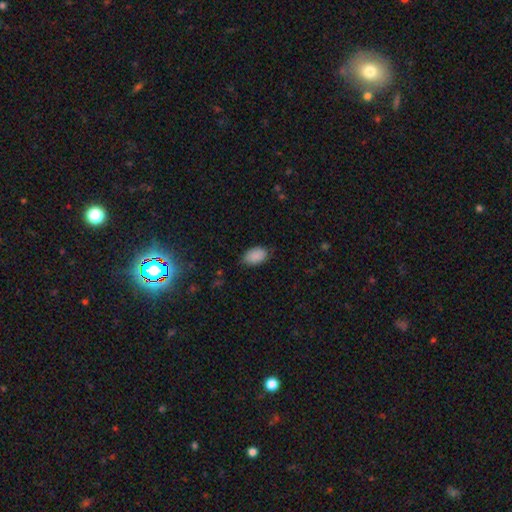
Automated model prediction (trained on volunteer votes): Smooth or featured?
  - smooth: 89% *
  - star or artifact: 7%
  - featured or disk: 4%
How rounded?
  - in between: 92% *
  - round: 6%
  - cigar-shaped: 1%
Merging?
  - none: 77% *
  - minor disturbance: 19%
  - major disturbance: 3%
  - merger: 1%